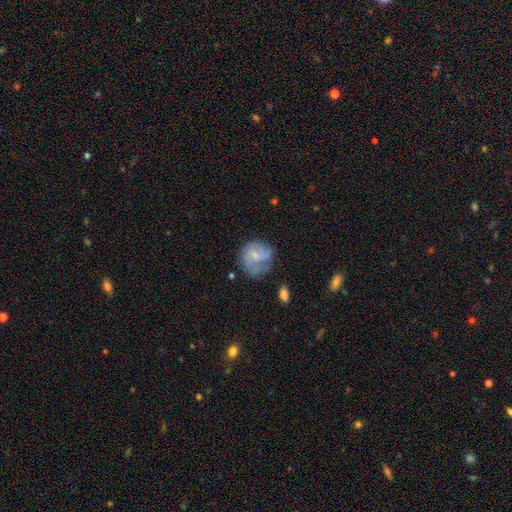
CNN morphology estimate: Q: Smooth or featured?
A: featured or disk (48%); runner-up: smooth (44%)
Q: Merging?
A: none (47%); runner-up: minor disturbance (27%)